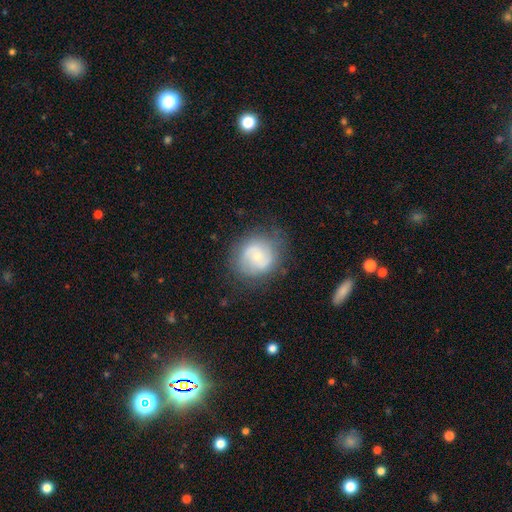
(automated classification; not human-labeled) Smooth or featured?
  - featured or disk: 54% *
  - smooth: 38%
  - star or artifact: 8%
Edge-on disk?
  - no: 97% *
  - yes: 3%
Bar?
  - no: 59% *
  - weak: 34%
  - strong: 7%
Spiral arms?
  - yes: 80% *
  - no: 20%
Bulge size?
  - small: 62% *
  - moderate: 32%
  - large: 3%
  - none: 2%
  - dominant: 1%
Merging?
  - none: 74% *
  - minor disturbance: 16%
  - major disturbance: 8%
  - merger: 2%